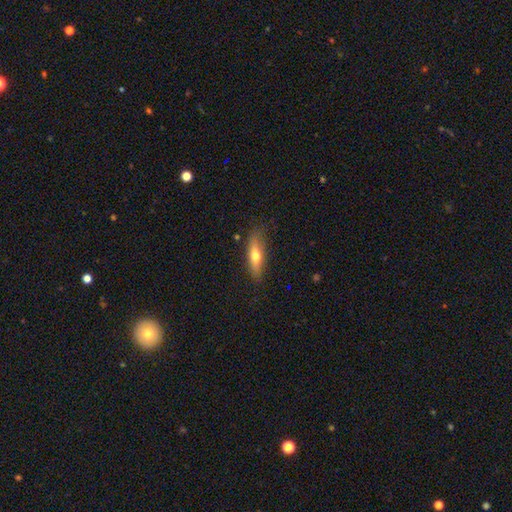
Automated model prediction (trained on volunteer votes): smooth_or_featured: smooth (p=0.59) [alt: featured or disk p=0.34]
how_rounded: cigar-shaped (p=0.54) [alt: in between p=0.43]
merging: none (p=0.80) [alt: minor disturbance p=0.15]